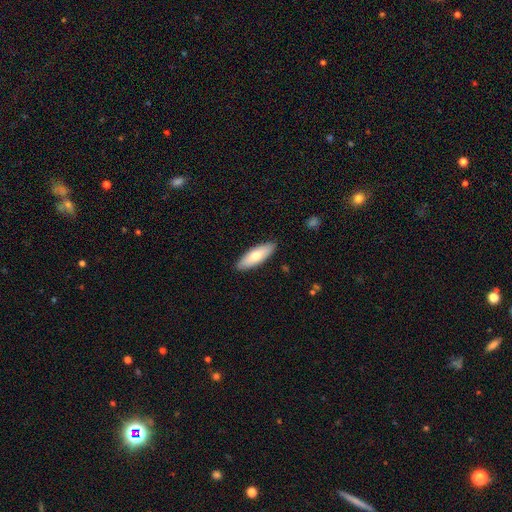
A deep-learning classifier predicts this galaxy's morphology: This appears to be a smooth galaxy with no disk features (71%) that is in between round and cigar-shaped (64%). Merging: none (89%).